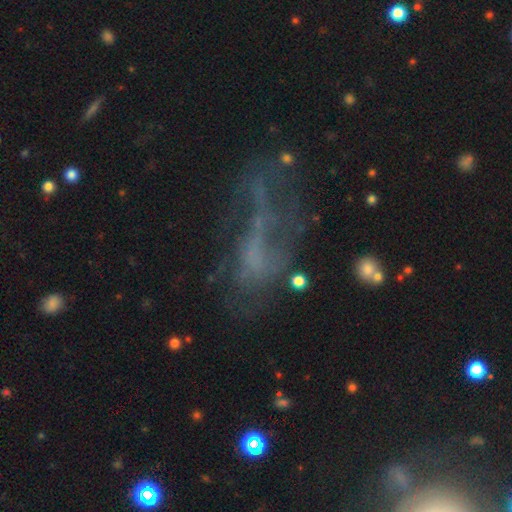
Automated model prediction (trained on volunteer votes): Smooth or featured? Predicted: featured or disk (p=0.51). Edge-on disk? Predicted: no (p=0.88). Merging? Predicted: major disturbance (p=0.41).